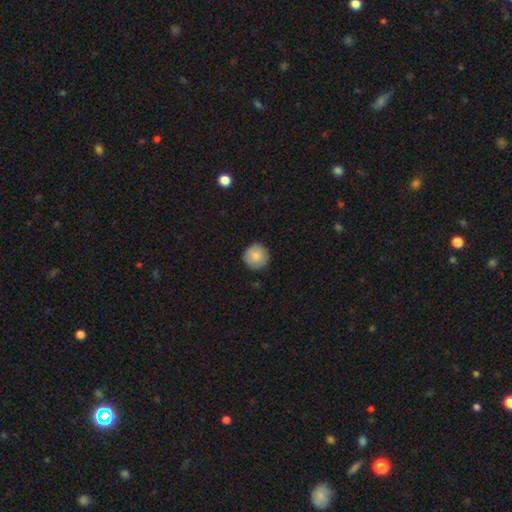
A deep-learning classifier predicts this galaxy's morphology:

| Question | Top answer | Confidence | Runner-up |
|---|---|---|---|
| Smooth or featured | smooth | 79% | featured or disk (14%) |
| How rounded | round | 96% | in between (3%) |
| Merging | none | 86% | minor disturbance (11%) |